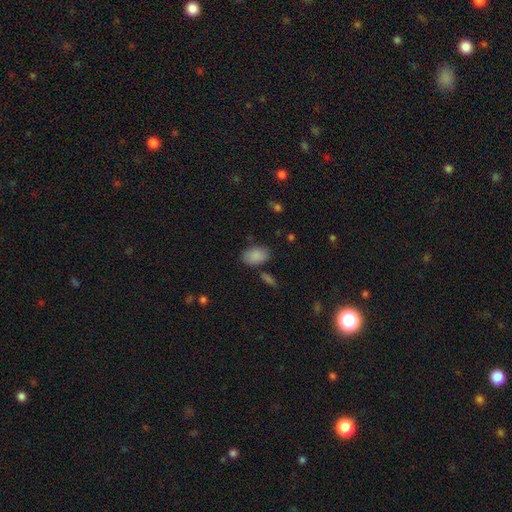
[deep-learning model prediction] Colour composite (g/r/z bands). It shows a smooth galaxy with no disk features (88%) that is in between round and cigar-shaped (89%). Merging: none (77%).